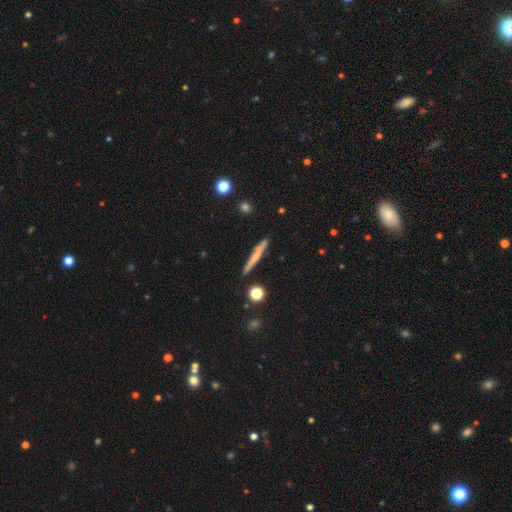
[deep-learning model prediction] A smooth galaxy with no disk features (52%) that is cigar-shaped (94%).

Vote fractions:
- Smooth or featured? smooth: 52% / featured or disk: 40% / star or artifact: 7%
- How rounded? cigar-shaped: 94% / in between: 3% / round: 2%
- Merging? none: 88% / minor disturbance: 8% / merger: 2% / major disturbance: 2%